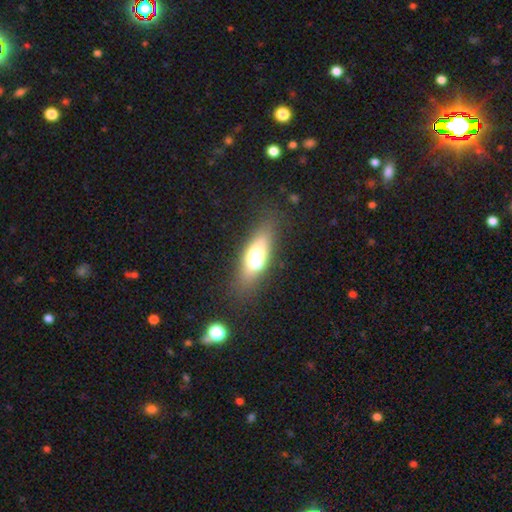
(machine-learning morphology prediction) Smooth or featured: smooth — 55% (featured or disk — 33%)
How rounded: in between — 68% (cigar-shaped — 24%)
Merging: none — 63% (merger — 17%)